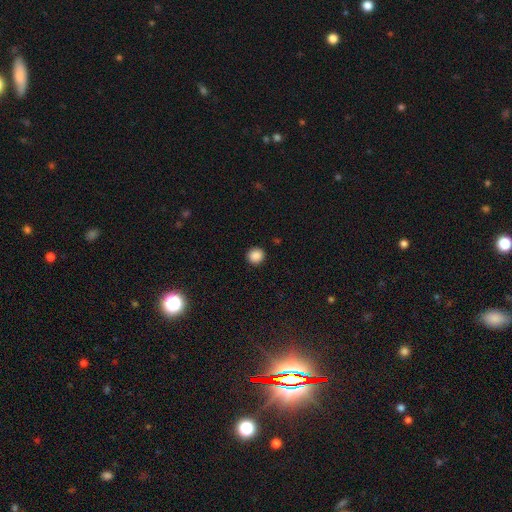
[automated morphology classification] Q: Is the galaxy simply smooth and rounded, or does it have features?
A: smooth — 88%.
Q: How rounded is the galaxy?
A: round — 90%.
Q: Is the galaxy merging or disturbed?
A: none — 91%.